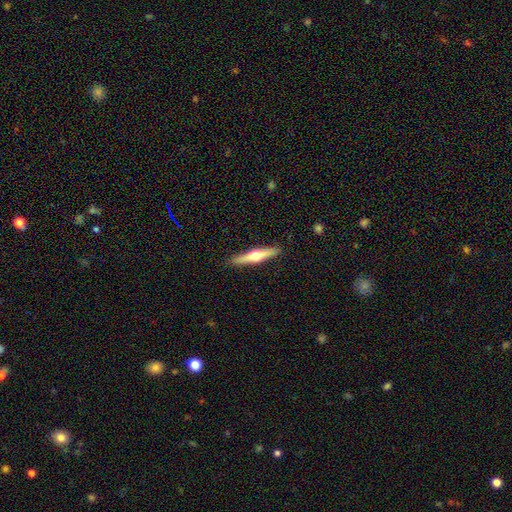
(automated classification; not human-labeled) A featured or disk galaxy (60%) viewed edge-on (97%) with a rounded central bulge (93%). Merging: none (90%).